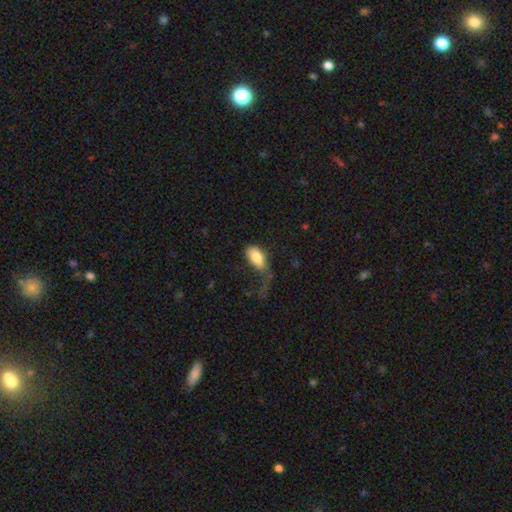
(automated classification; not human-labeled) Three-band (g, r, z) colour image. It shows a smooth galaxy with no disk features (78%) that is in between round and cigar-shaped (90%). Merging: major disturbance (50%).